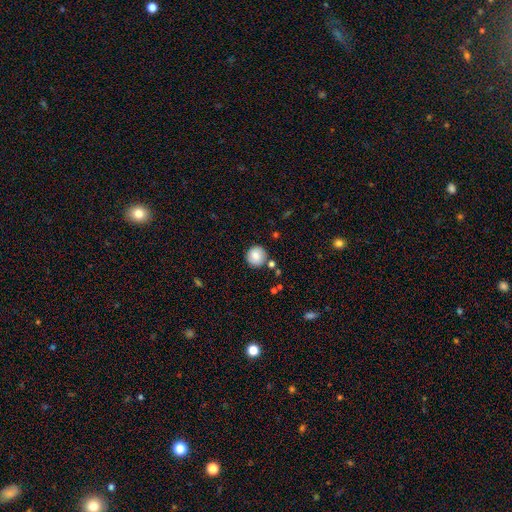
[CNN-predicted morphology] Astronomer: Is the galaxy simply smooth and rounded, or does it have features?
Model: smooth — 80%.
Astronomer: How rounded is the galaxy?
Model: round — 93%.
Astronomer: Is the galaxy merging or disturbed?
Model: none — 82%.